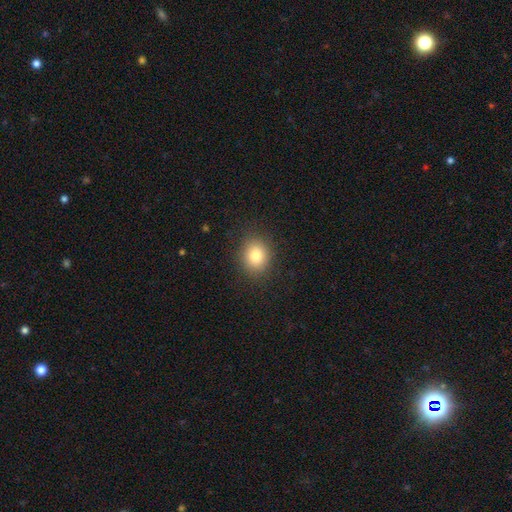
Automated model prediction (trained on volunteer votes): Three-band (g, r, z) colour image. It shows a smooth galaxy with no disk features (81%) that is round (63%). Merging: none (87%).